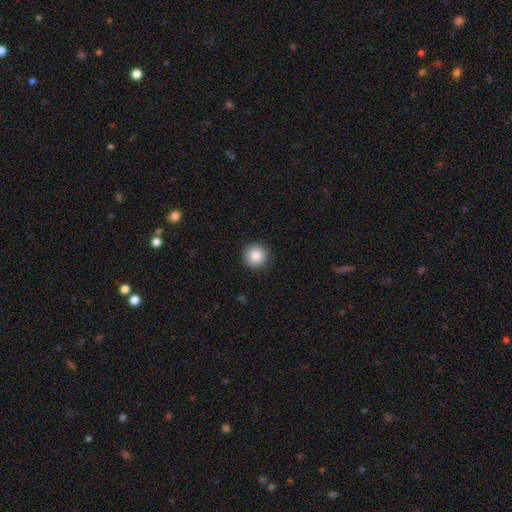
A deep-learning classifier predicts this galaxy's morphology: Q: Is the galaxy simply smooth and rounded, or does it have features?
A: smooth — 86%.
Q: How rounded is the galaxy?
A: round — 96%.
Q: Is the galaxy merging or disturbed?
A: none — 92%.